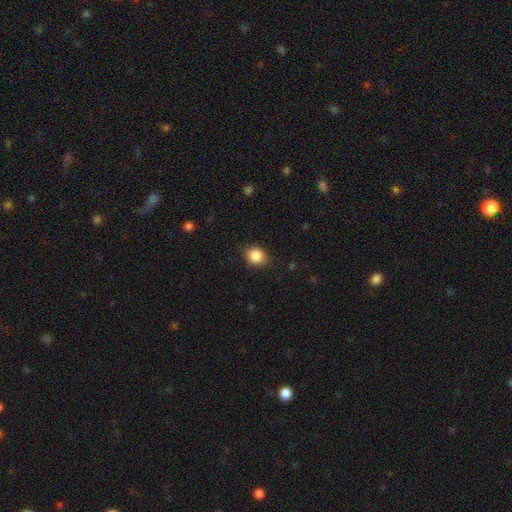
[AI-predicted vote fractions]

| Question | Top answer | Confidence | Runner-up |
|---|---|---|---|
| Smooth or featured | smooth | 87% | star or artifact (9%) |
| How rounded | round | 63% | in between (36%) |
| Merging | none | 85% | minor disturbance (11%) |